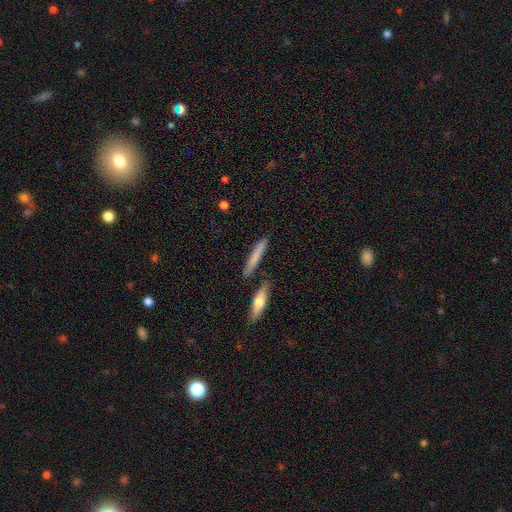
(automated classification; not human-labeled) Smooth or featured? Predicted: smooth (p=0.72). How rounded? Predicted: cigar-shaped (p=0.91). Merging? Predicted: none (p=0.81).